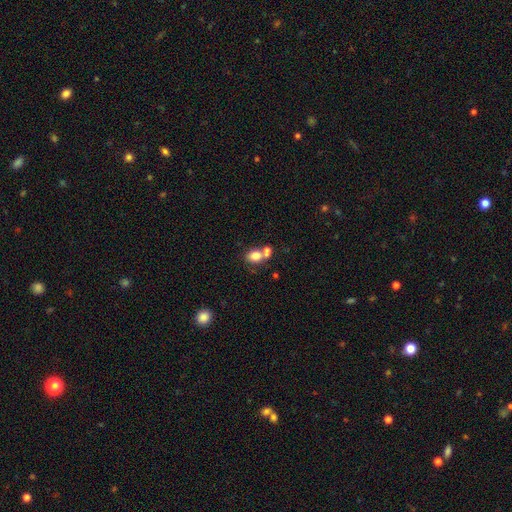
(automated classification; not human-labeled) Smooth or featured?
  - smooth: 78% *
  - featured or disk: 12%
  - star or artifact: 10%
How rounded?
  - in between: 58% *
  - round: 41%
  - cigar-shaped: 1%
Merging?
  - merger: 47% *
  - none: 39%
  - minor disturbance: 9%
  - major disturbance: 5%